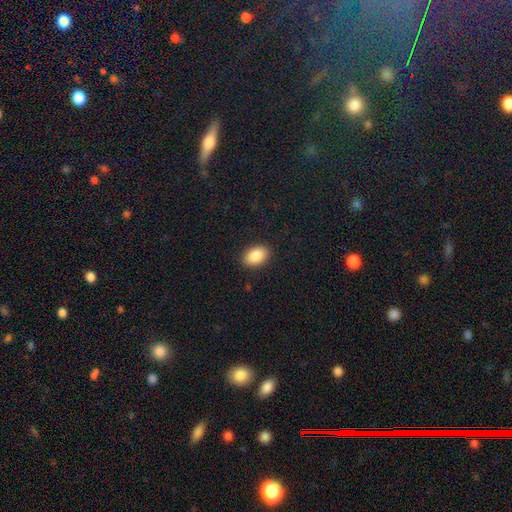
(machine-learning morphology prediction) A smooth galaxy with no disk features (88%) that is in between round and cigar-shaped (88%). Merging: none (89%).